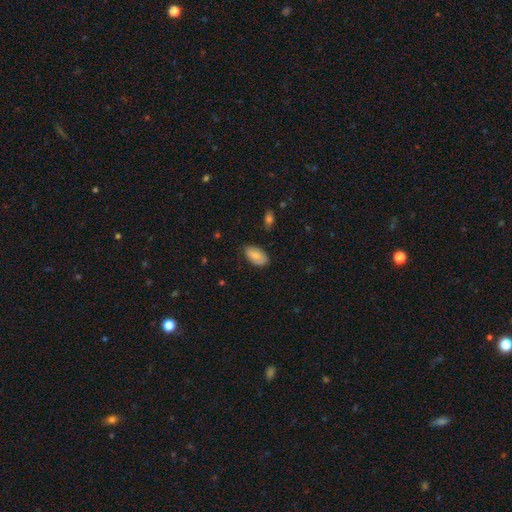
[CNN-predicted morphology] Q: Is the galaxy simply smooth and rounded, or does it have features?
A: smooth — 78%.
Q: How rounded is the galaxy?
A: in between — 95%.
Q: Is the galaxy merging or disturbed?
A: none — 71%.